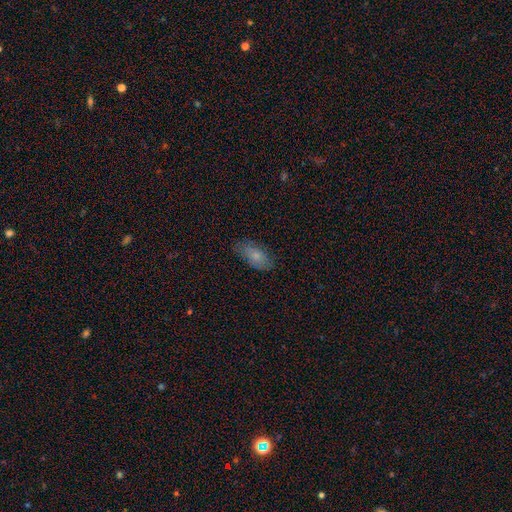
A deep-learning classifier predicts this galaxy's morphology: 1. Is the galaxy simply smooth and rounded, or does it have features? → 73% smooth, 20% featured or disk, 7% star or artifact.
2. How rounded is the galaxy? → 91% in between, 6% cigar-shaped, 3% round.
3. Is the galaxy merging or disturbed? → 76% none, 19% minor disturbance, 4% major disturbance, 1% merger.